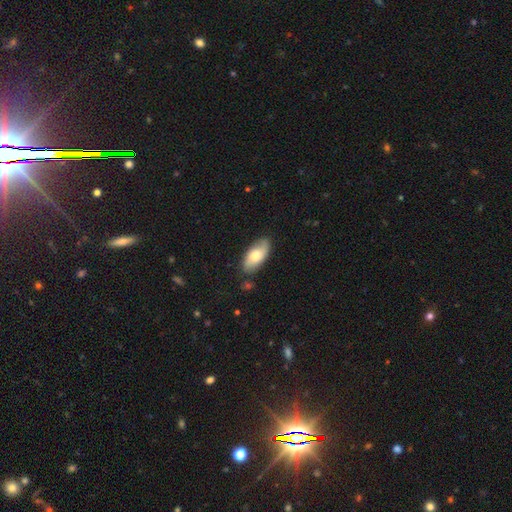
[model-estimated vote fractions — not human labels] A smooth galaxy with no disk features (66%) that is in between round and cigar-shaped (92%).

Vote fractions:
- Smooth or featured? smooth: 66% / featured or disk: 28% / star or artifact: 6%
- How rounded? in between: 92% / cigar-shaped: 6% / round: 3%
- Merging? none: 81% / minor disturbance: 14% / major disturbance: 3% / merger: 2%